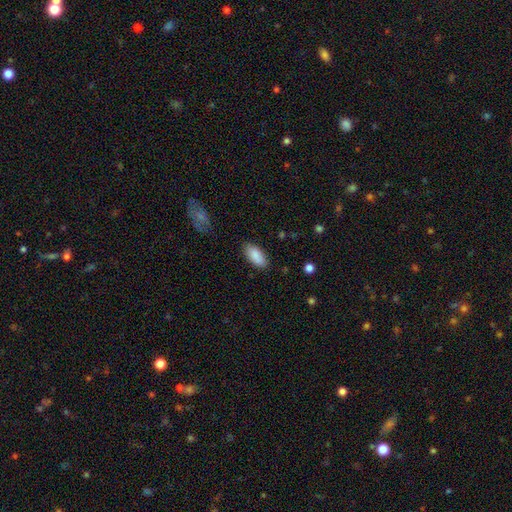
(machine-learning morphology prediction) smooth 89%, star or artifact 6%, featured or disk 5%. Down the decision tree: how rounded — in between (89%); merging — none (85%).